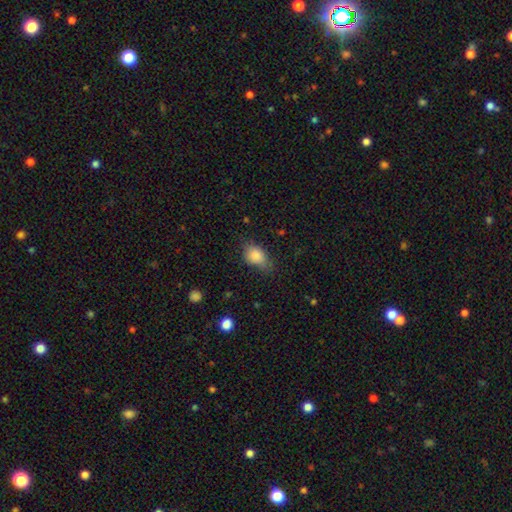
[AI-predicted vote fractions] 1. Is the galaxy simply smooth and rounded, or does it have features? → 84% smooth, 9% star or artifact, 7% featured or disk.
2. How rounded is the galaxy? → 77% in between, 21% round, 2% cigar-shaped.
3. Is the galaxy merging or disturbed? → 57% none, 32% minor disturbance, 10% major disturbance, 2% merger.